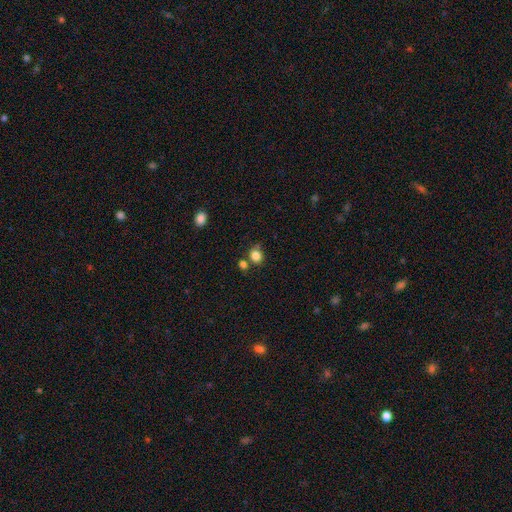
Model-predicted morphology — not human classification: Q: Smooth or featured?
A: smooth (83%); runner-up: star or artifact (12%)
Q: How rounded?
A: round (74%); runner-up: in between (26%)
Q: Merging?
A: none (69%); runner-up: merger (15%)